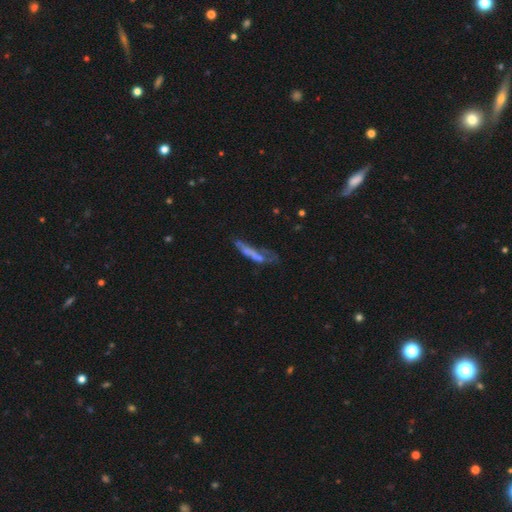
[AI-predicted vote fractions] smooth-or-featured: smooth: 47% | featured or disk: 40% | star or artifact: 13%
  merging: none: 38% | major disturbance: 27% | minor disturbance: 24% | merger: 11%